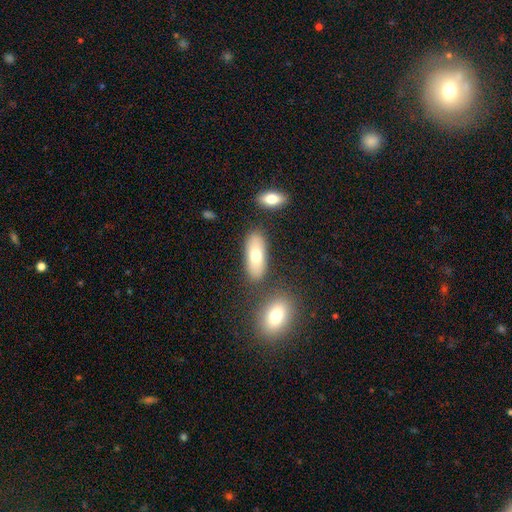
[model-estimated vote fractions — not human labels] This is likely a smooth galaxy (72%). How rounded: clearly in between (81%). Merging: likely none (77%).